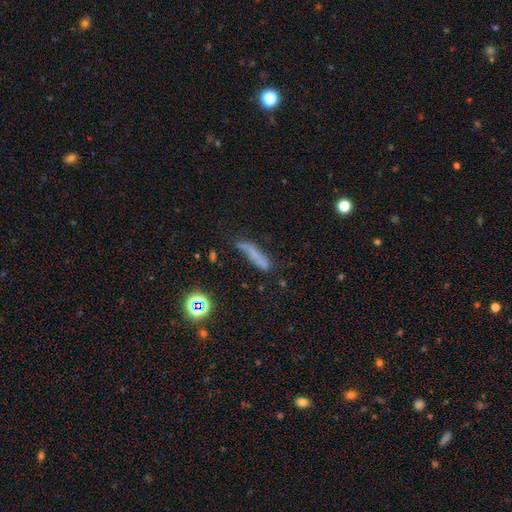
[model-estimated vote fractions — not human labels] A smooth galaxy with no disk features (58%) that is cigar-shaped (79%). Merging: none (46%).